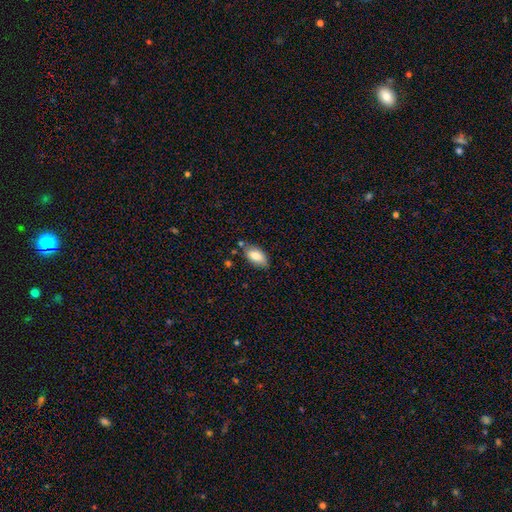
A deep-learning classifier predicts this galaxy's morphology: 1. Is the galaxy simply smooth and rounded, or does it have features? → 80% smooth, 13% featured or disk, 7% star or artifact.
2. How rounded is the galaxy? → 93% in between, 4% round, 4% cigar-shaped.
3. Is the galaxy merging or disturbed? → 73% none, 18% minor disturbance, 6% merger, 3% major disturbance.